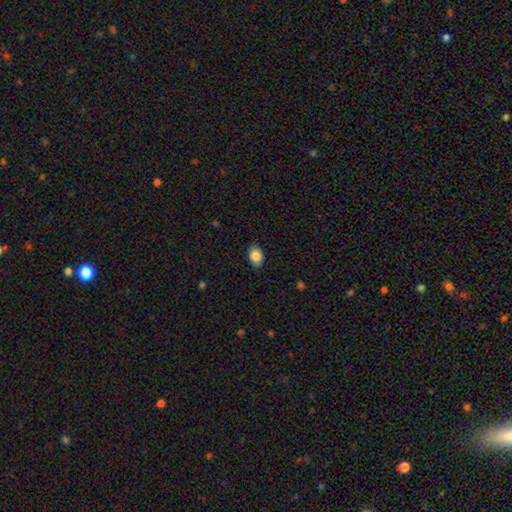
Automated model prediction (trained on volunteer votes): Morphology: type=smooth (84%); roundness=in between (88%); merging=none (85%).